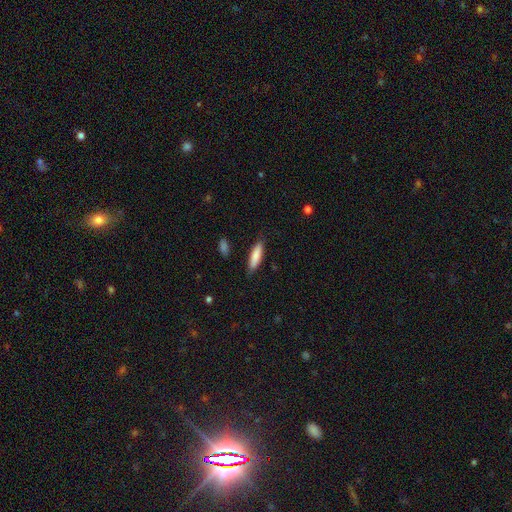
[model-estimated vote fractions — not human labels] Morphology: type=smooth (84%); roundness=cigar-shaped (66%); merging=none (85%).